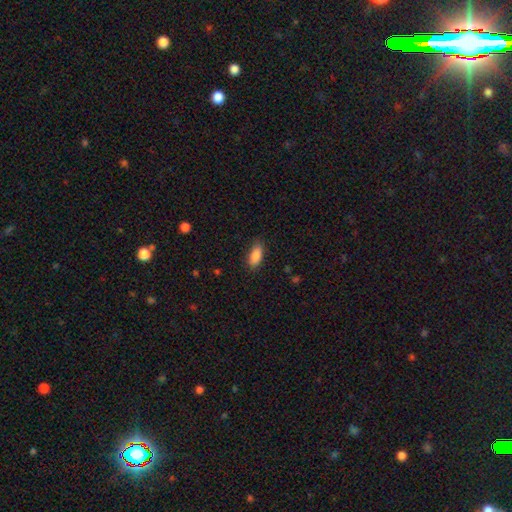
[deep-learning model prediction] A smooth galaxy with no disk features (88%) that is in between round and cigar-shaped (85%).

Vote fractions:
- Smooth or featured? smooth: 88% / star or artifact: 7% / featured or disk: 5%
- How rounded? in between: 85% / cigar-shaped: 13% / round: 2%
- Merging? none: 83% / minor disturbance: 13% / major disturbance: 3% / merger: 1%